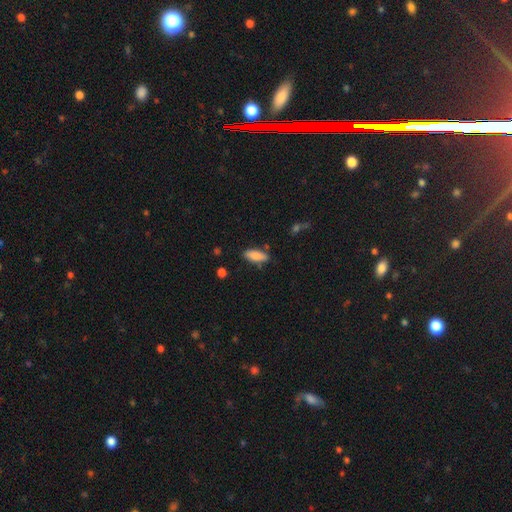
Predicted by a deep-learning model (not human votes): The model was most divided on "how rounded": in between: 76%, cigar-shaped: 22%, round: 2%. More confident: smooth or featured — smooth (85%); merging — none (79%).